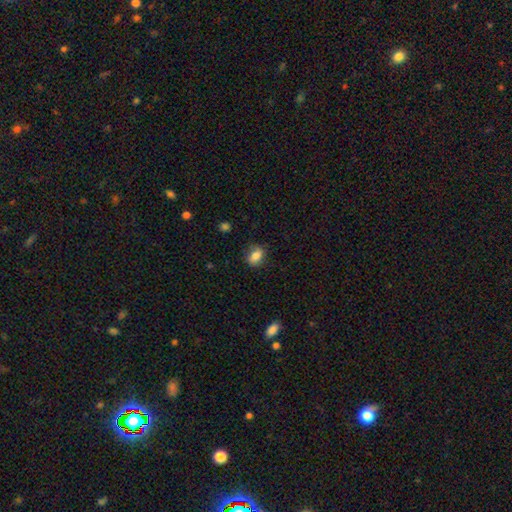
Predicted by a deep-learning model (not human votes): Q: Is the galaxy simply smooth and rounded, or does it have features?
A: smooth — 83%.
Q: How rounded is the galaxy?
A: in between — 68%.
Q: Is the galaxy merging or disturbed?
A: none — 78%.